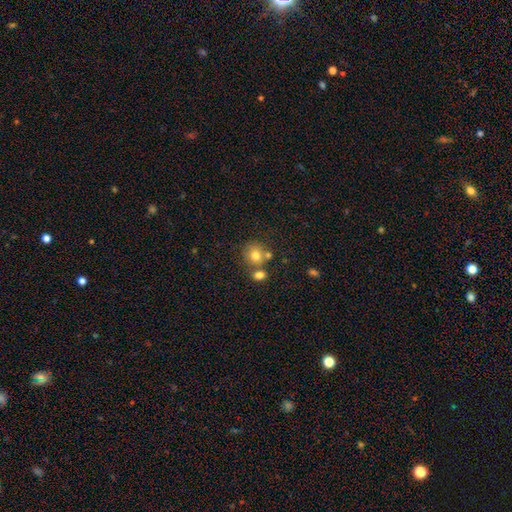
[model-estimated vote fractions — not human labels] Q: Smooth or featured?
A: smooth (76%); runner-up: featured or disk (13%)
Q: How rounded?
A: round (79%); runner-up: in between (20%)
Q: Merging?
A: none (56%); runner-up: merger (28%)